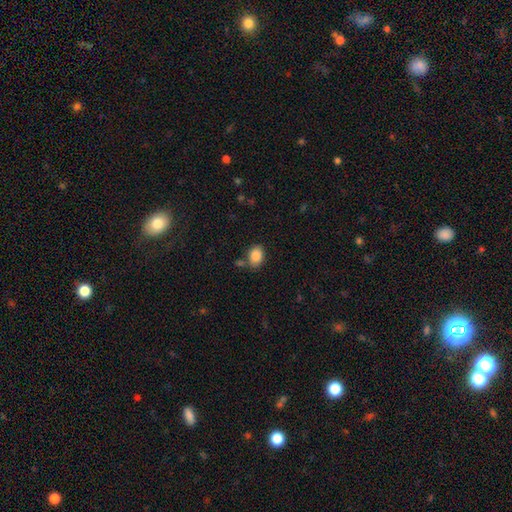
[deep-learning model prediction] smooth-or-featured: smooth: 87% | star or artifact: 8% | featured or disk: 5%
  how-rounded: in between: 75% | round: 24% | cigar-shaped: 1%
  merging: none: 72% | minor disturbance: 14% | merger: 10% | major disturbance: 4%